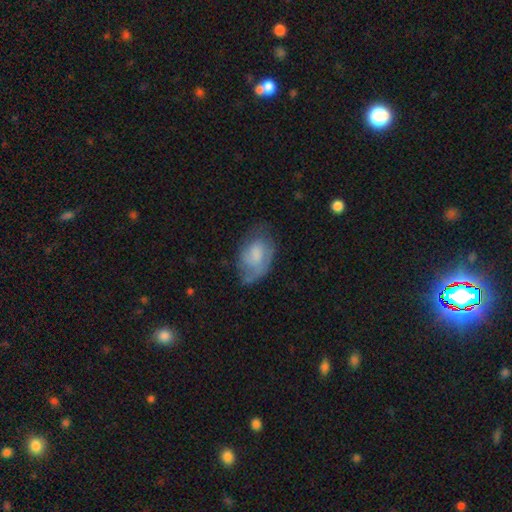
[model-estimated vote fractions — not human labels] A smooth galaxy with no disk features (57%) that is in between round and cigar-shaped (89%). Merging: none (47%).